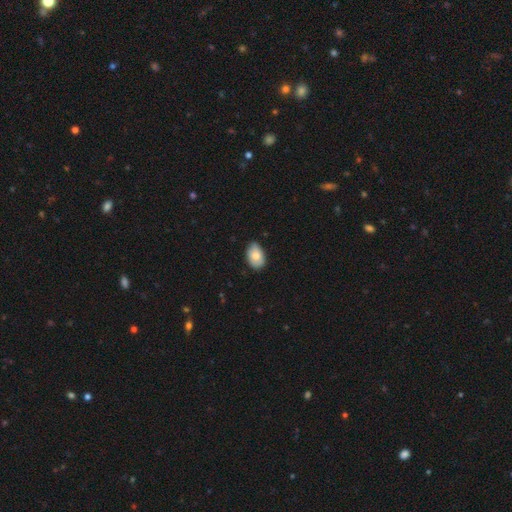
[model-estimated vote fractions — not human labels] Morphology: type=smooth (76%); roundness=in between (89%); merging=none (77%).